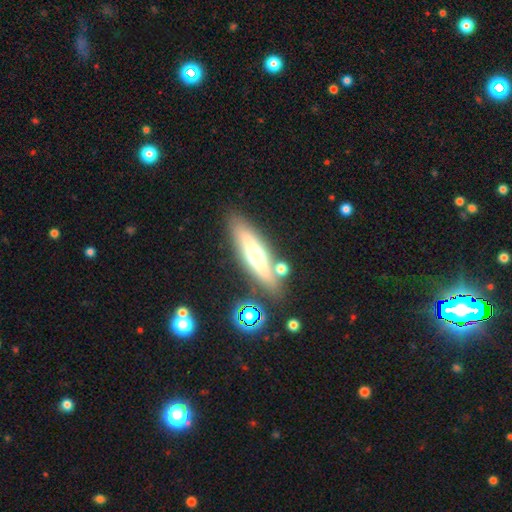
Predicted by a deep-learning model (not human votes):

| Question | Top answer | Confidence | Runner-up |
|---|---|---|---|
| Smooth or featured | featured or disk | 54% | smooth (36%) |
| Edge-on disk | yes | 86% | no (14%) |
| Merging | none | 81% | minor disturbance (10%) |